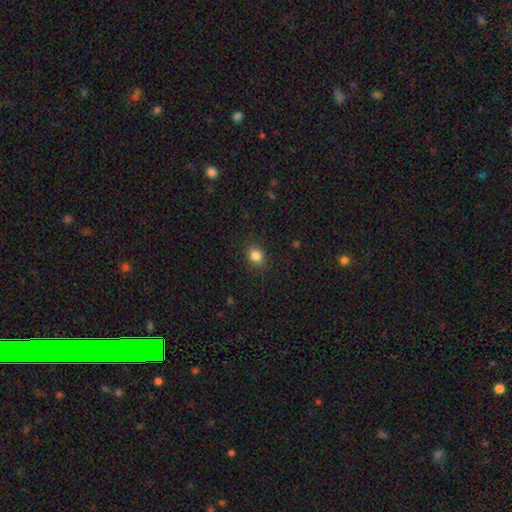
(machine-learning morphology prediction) This is clearly a smooth galaxy (84%). How rounded: likely round (68%). Merging: clearly none (89%).